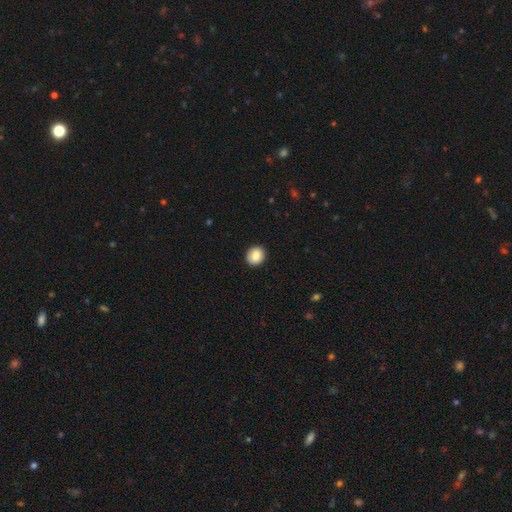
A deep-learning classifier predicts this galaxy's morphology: type=smooth (85%); roundness=round (83%); merging=none (91%).